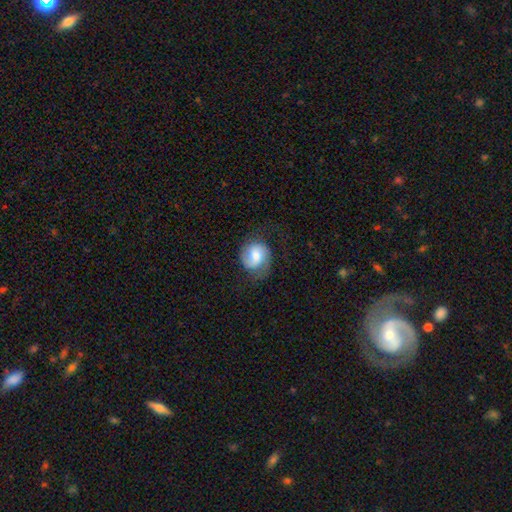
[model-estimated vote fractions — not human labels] Overall: featured or disk (50%; smooth 42%). Edge-on disk: no (97%). Merging: none (62%; minor disturbance 22%).